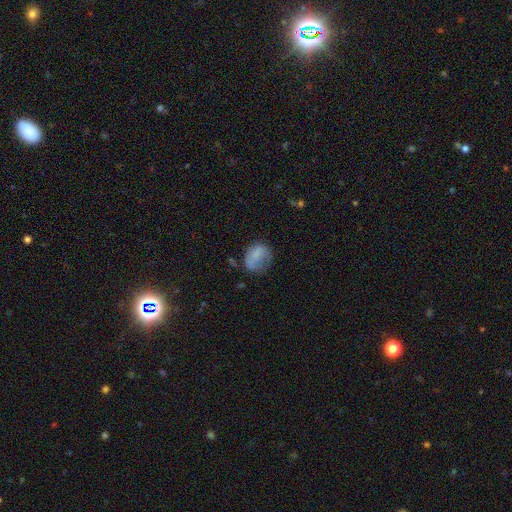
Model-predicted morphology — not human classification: smooth_or_featured: smooth (p=0.72) [alt: featured or disk p=0.18]
how_rounded: round (p=0.52) [alt: in between p=0.47]
merging: none (p=0.46) [alt: minor disturbance p=0.30]